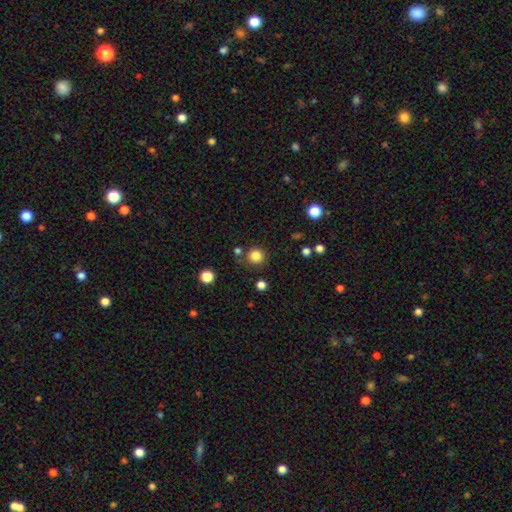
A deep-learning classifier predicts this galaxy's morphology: Smooth or featured?
  - smooth: 84% *
  - star or artifact: 12%
  - featured or disk: 4%
How rounded?
  - round: 94% *
  - in between: 6%
  - cigar-shaped: 1%
Merging?
  - none: 82% *
  - minor disturbance: 9%
  - merger: 6%
  - major disturbance: 3%